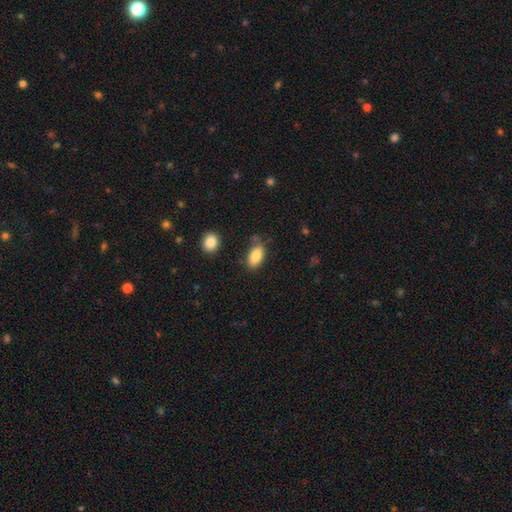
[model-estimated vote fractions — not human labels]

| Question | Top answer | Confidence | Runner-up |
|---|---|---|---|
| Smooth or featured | smooth | 86% | star or artifact (7%) |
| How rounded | in between | 92% | round (4%) |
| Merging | none | 75% | minor disturbance (17%) |